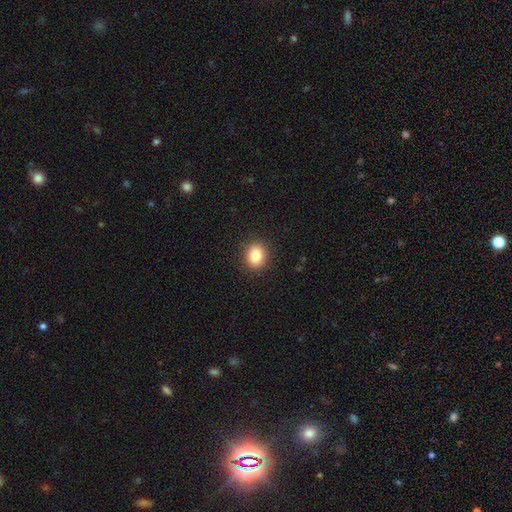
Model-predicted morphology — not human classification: Overall: smooth (84%). How rounded: round (61%; in between 39%). Merging: none (90%).